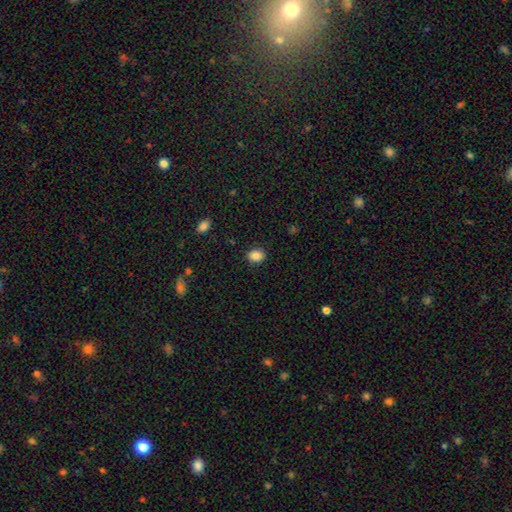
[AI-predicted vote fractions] Smooth or featured? Predicted: smooth (p=0.87). How rounded? Predicted: in between (p=0.50). Merging? Predicted: none (p=0.88).